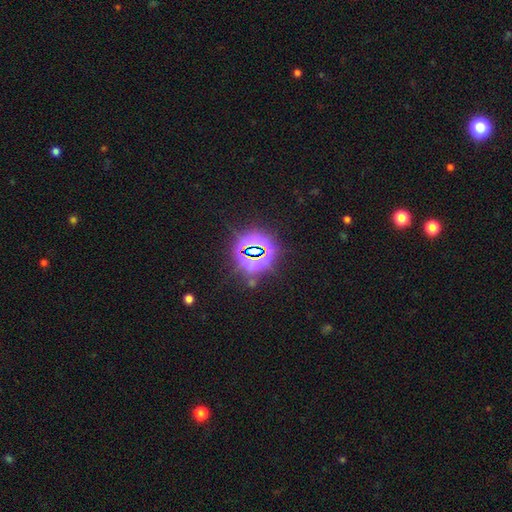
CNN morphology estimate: Smooth or featured? star or artifact (79%)